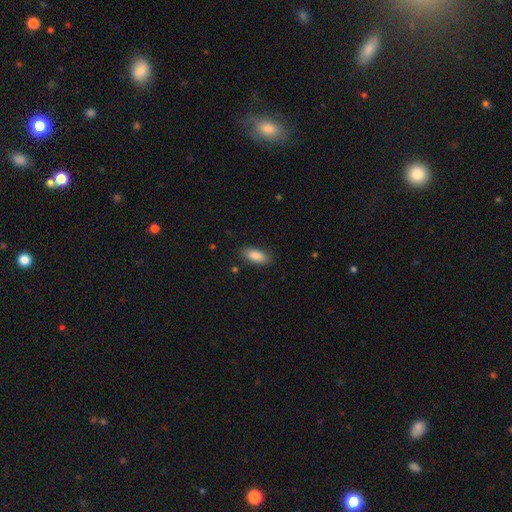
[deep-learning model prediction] This appears to be a smooth galaxy with no disk features (87%) that is in between round and cigar-shaped (81%). Merging: none (84%).